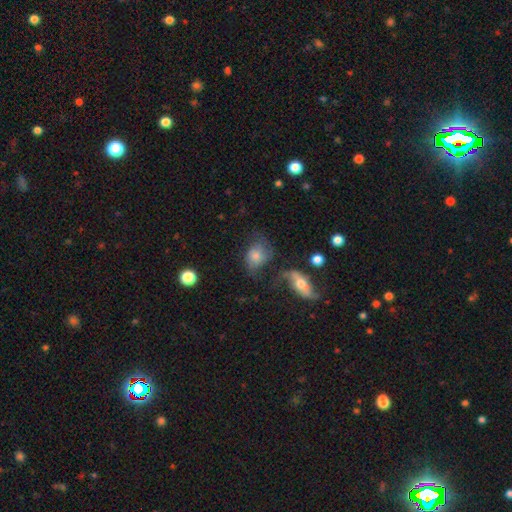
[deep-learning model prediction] Smooth or featured?
  - smooth: 50% *
  - featured or disk: 39%
  - star or artifact: 10%
How rounded?
  - in between: 68% *
  - round: 30%
  - cigar-shaped: 2%
Merging?
  - none: 41% *
  - minor disturbance: 25%
  - major disturbance: 24%
  - merger: 11%